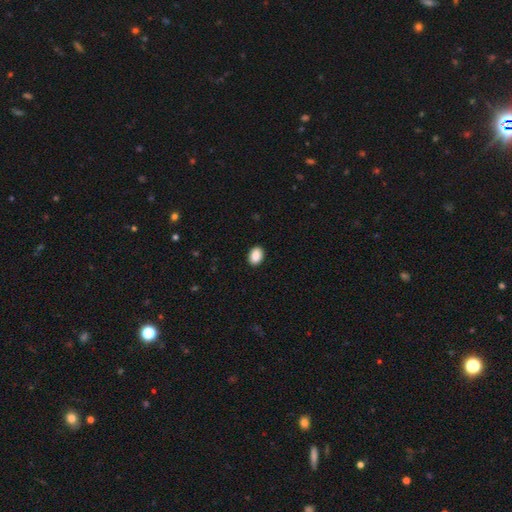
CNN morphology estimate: Q: Smooth or featured?
A: smooth (90%); runner-up: star or artifact (7%)
Q: How rounded?
A: in between (80%); runner-up: round (18%)
Q: Merging?
A: none (91%); runner-up: minor disturbance (7%)